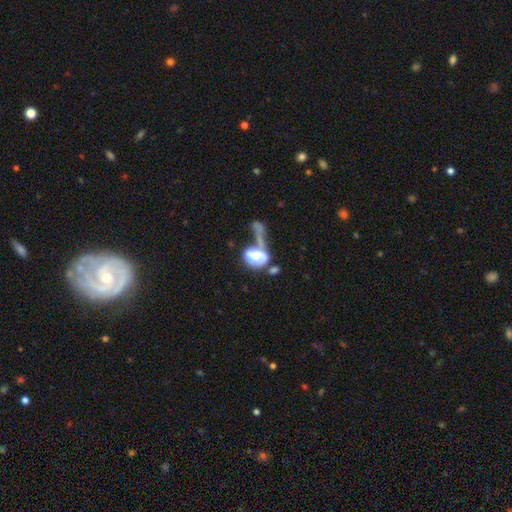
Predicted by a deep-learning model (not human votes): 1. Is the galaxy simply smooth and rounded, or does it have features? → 55% smooth, 35% featured or disk, 9% star or artifact.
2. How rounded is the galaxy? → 82% in between, 15% round, 3% cigar-shaped.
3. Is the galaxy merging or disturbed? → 40% major disturbance, 38% merger, 12% none, 10% minor disturbance.